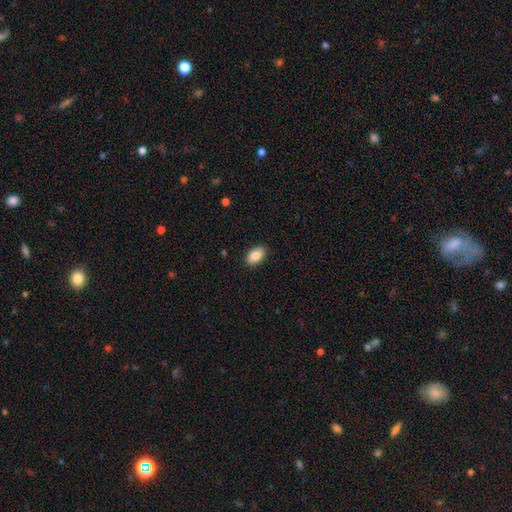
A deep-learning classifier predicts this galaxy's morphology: type=smooth (85%); roundness=in between (92%); merging=none (88%).